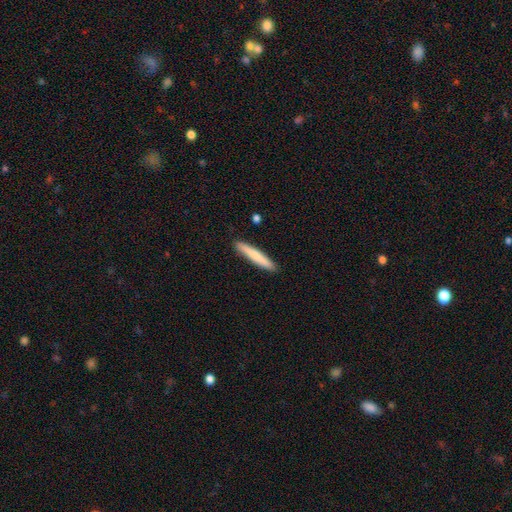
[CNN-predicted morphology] Overall: smooth (74%). How rounded: cigar-shaped (95%). Merging: none (91%).